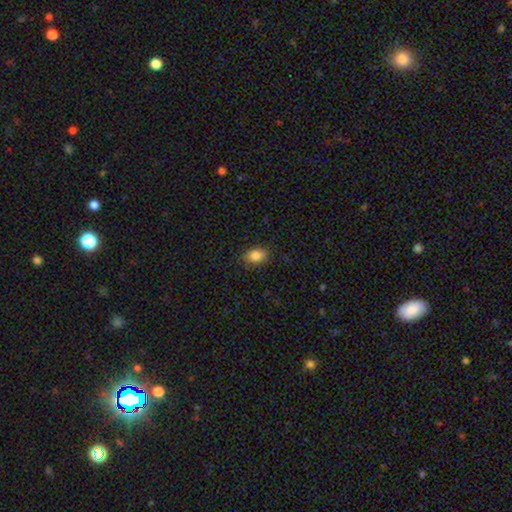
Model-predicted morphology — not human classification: Smooth or featured? smooth (86%)
How rounded? in between (76%)
Merging? none (85%)